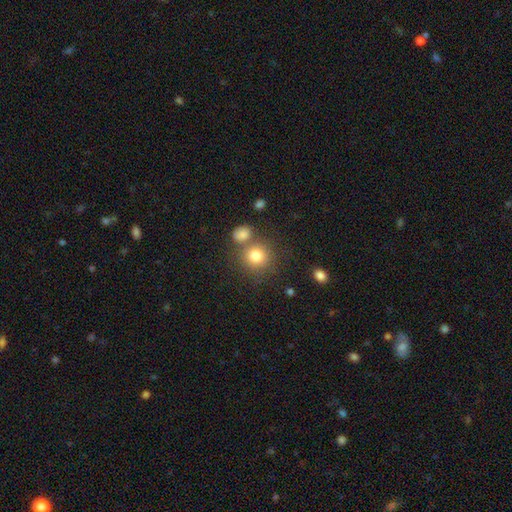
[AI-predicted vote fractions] A smooth galaxy with no disk features (80%) that is round (89%).

Vote fractions:
- Smooth or featured? smooth: 80% / star or artifact: 11% / featured or disk: 8%
- How rounded? round: 89% / in between: 10% / cigar-shaped: 1%
- Merging? none: 68% / merger: 19% / minor disturbance: 9% / major disturbance: 4%